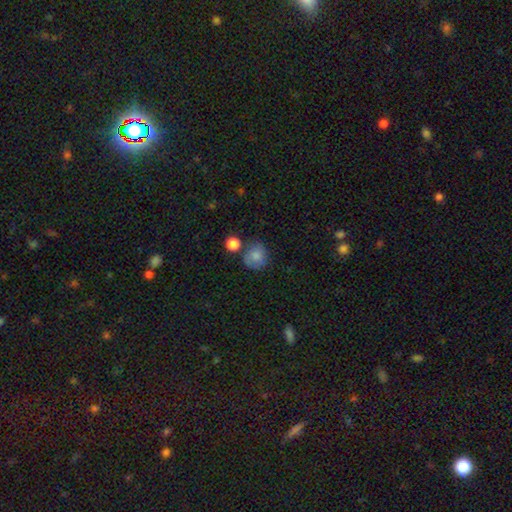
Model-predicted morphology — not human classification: Q: Smooth or featured?
A: smooth (80%); runner-up: featured or disk (11%)
Q: How rounded?
A: round (79%); runner-up: in between (20%)
Q: Merging?
A: none (60%); runner-up: minor disturbance (21%)